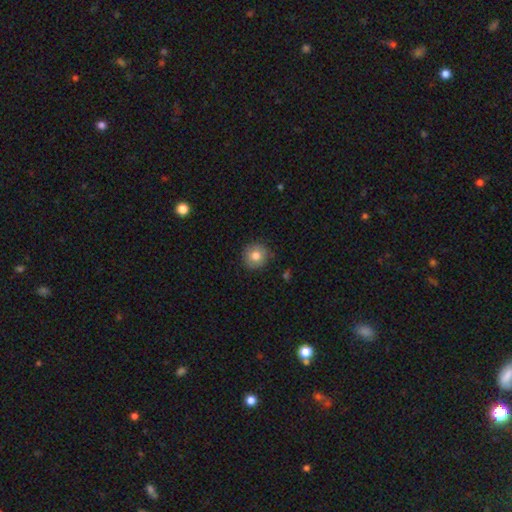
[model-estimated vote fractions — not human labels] Overall: smooth (80%). How rounded: round (93%). Merging: none (88%).